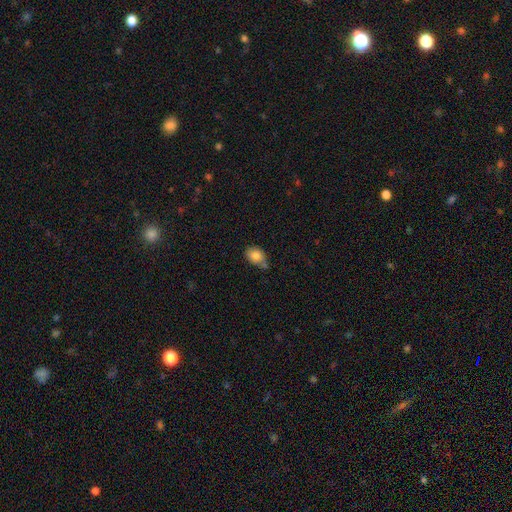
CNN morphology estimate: This appears to be a smooth galaxy with no disk features (82%) that is in between round and cigar-shaped (65%). Merging: none (55%).